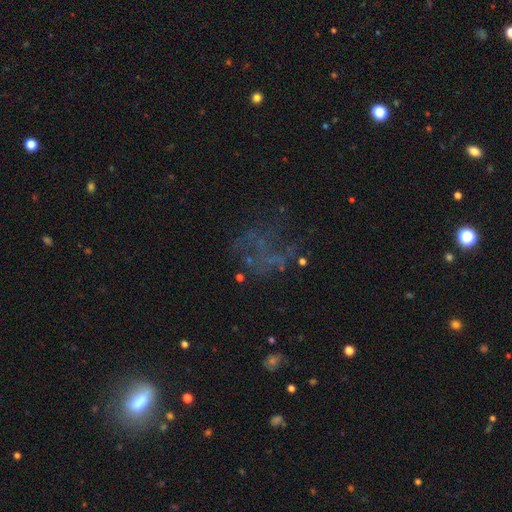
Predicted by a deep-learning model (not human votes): This is marginally a star or artifact rather than a galaxy (37%, tied with featured or disk).